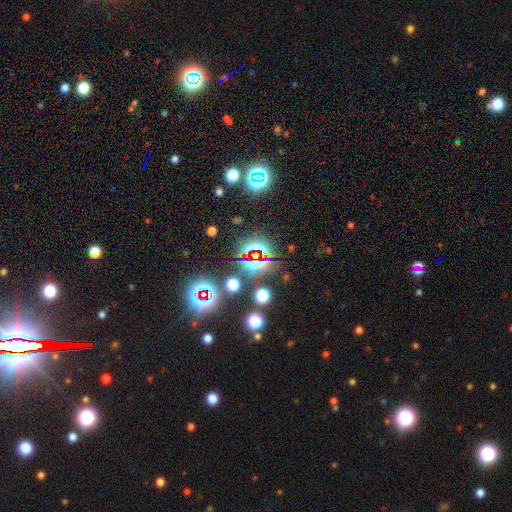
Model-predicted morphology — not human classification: Smooth or featured?
  - star or artifact: 75% *
  - smooth: 16%
  - featured or disk: 9%